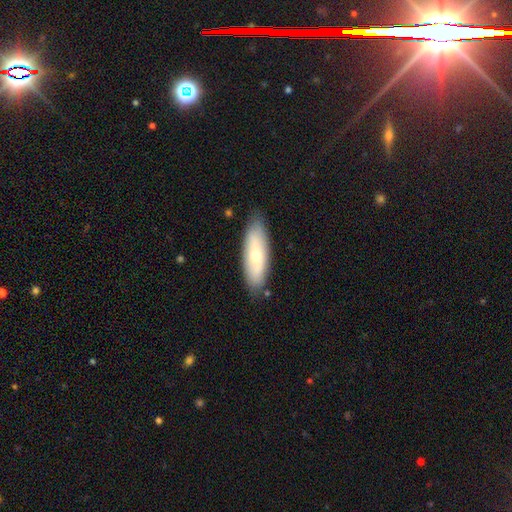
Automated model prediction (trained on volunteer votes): This is possibly a smooth galaxy (56%). How rounded: possibly in between (57%). Merging: clearly none (83%).